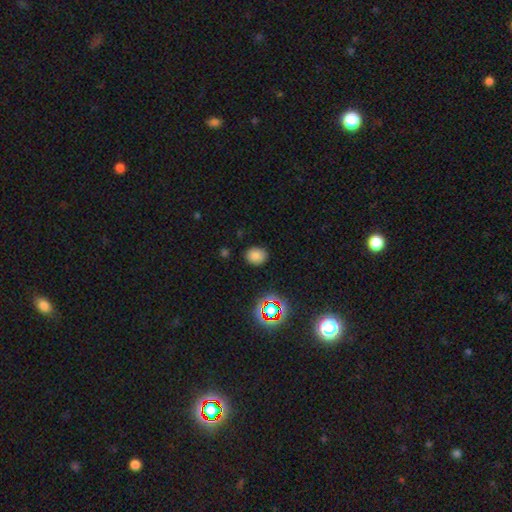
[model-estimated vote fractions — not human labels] Smooth or featured? Predicted: smooth (p=0.78). How rounded? Predicted: round (p=0.50). Merging? Predicted: none (p=0.86).